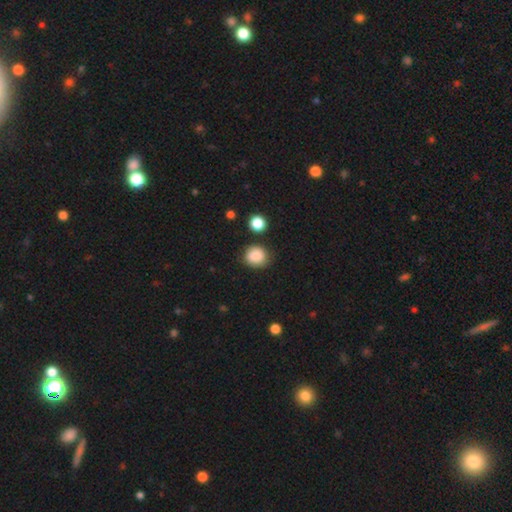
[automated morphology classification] This appears to be a smooth galaxy with no disk features (86%) that is round (79%). Merging: none (77%).